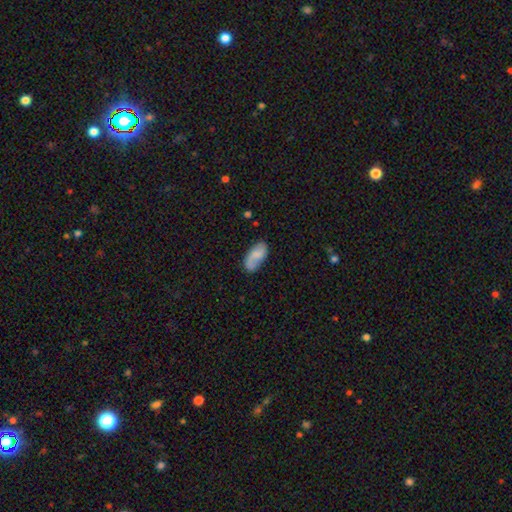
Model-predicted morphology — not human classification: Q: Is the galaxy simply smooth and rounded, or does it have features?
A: smooth — 61%.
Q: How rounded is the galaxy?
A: in between — 92%.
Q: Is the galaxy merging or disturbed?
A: none — 64%.